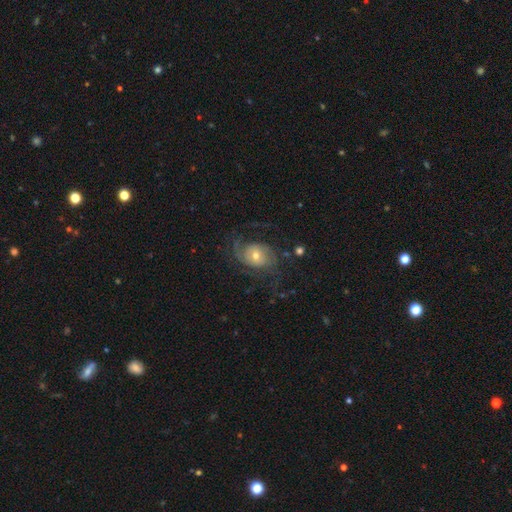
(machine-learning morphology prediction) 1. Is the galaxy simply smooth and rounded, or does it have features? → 80% featured or disk, 13% smooth, 7% star or artifact.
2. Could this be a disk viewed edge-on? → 97% no, 3% yes.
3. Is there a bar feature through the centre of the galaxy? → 60% no, 33% weak, 7% strong.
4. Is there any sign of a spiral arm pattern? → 93% yes, 7% no.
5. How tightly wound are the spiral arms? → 43% medium, 33% loose, 25% tight.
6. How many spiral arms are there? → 54% 2, 16% can't tell, 15% 3, 6% 1, 5% 4, 4% more than 4.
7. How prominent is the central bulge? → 54% moderate, 38% small, 5% large, 1% none, 1% dominant.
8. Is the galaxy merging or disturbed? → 60% none, 22% major disturbance, 17% minor disturbance, 2% merger.